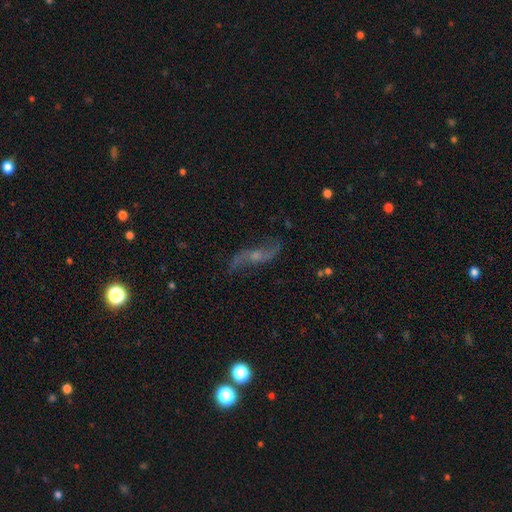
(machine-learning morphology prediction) Smooth or featured: featured or disk — 79% (smooth — 11%)
Edge-on disk: no — 85% (yes — 15%)
Bar: no — 58% (weak — 32%)
Spiral arms: yes — 92% (no — 8%)
Spiral winding: loose — 86% (medium — 10%)
Spiral arm count: 2 — 92% (can't tell — 3%)
Bulge size: small — 52% (moderate — 36%)
Merging: none — 75% (minor disturbance — 14%)